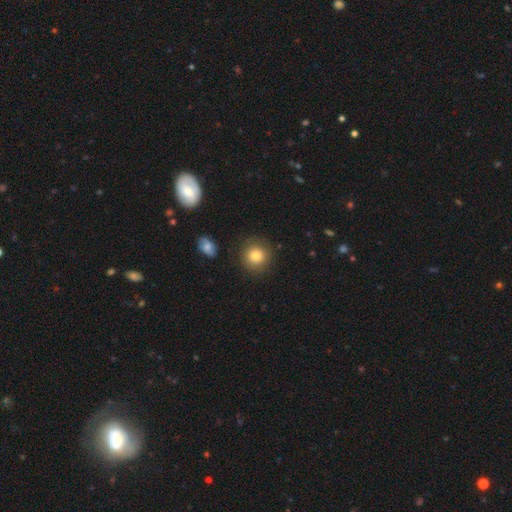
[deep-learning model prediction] This appears to be a smooth galaxy with no disk features (79%) that is round (92%). Merging: none (85%).